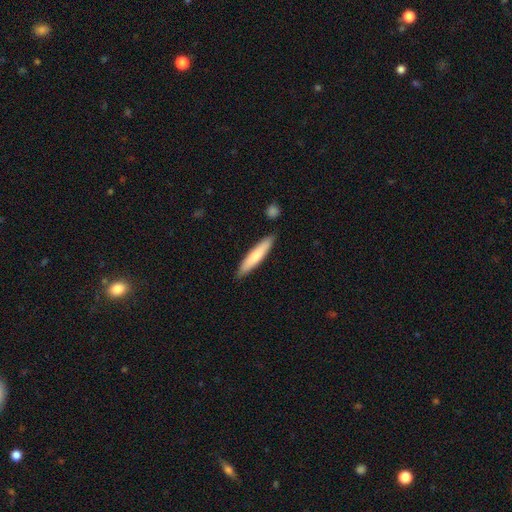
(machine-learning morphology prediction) type=smooth (73%); roundness=cigar-shaped (88%); merging=none (87%).